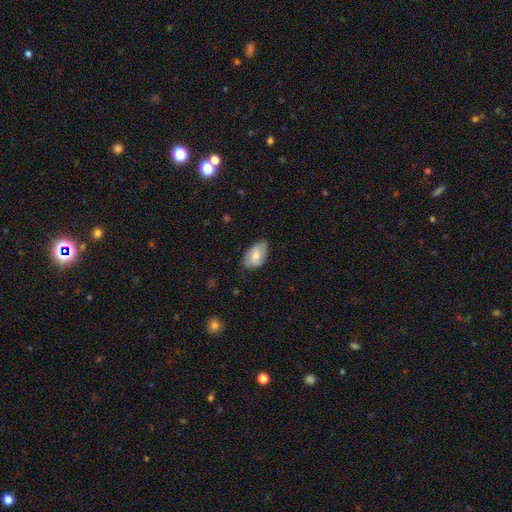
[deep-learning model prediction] This is likely a smooth galaxy (74%). How rounded: clearly in between (92%). Merging: likely none (63%).